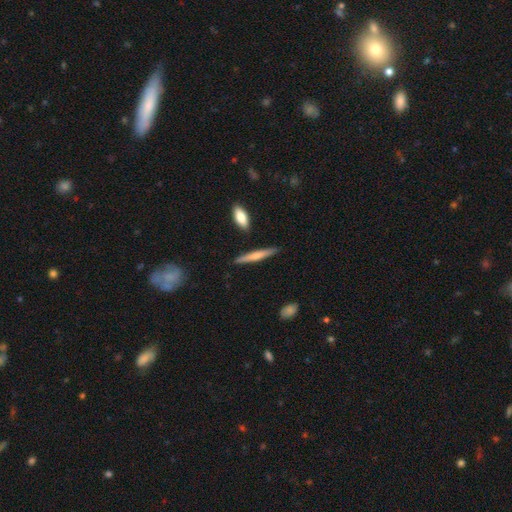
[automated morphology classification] A smooth galaxy with no disk features (58%) that is cigar-shaped (92%). Merging: none (87%).